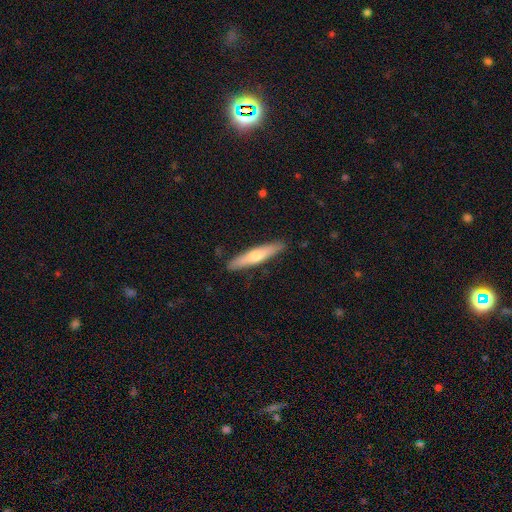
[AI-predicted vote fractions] Morphology: type=smooth (54%); roundness=cigar-shaped (90%); merging=none (89%).